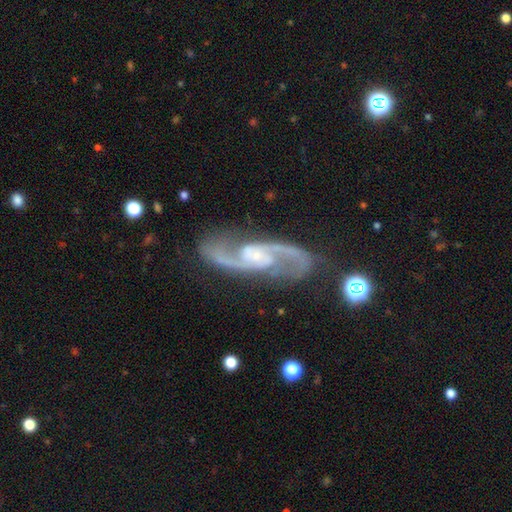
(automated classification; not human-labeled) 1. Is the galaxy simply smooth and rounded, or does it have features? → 92% featured or disk, 5% star or artifact, 3% smooth.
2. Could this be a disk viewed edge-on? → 95% no, 5% yes.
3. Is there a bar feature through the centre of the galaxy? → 44% no, 43% weak, 13% strong.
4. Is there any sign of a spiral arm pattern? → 98% yes, 2% no.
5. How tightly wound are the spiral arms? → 57% medium, 29% loose, 14% tight.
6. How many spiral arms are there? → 94% 2, 2% can't tell, 1% 3, 1% 1, 1% 4, 1% more than 4.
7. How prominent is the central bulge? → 60% small, 24% moderate, 12% none, 3% large, 1% dominant.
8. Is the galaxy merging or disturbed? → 78% none, 14% minor disturbance, 5% major disturbance, 2% merger.